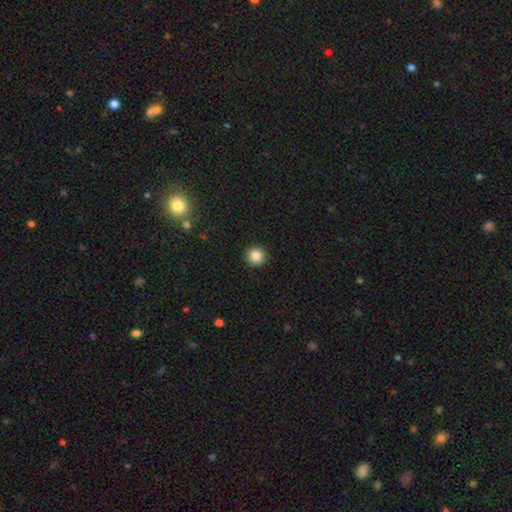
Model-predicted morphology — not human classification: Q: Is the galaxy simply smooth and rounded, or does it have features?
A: smooth — 86%.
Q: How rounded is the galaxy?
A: round — 96%.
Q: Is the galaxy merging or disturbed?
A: none — 92%.